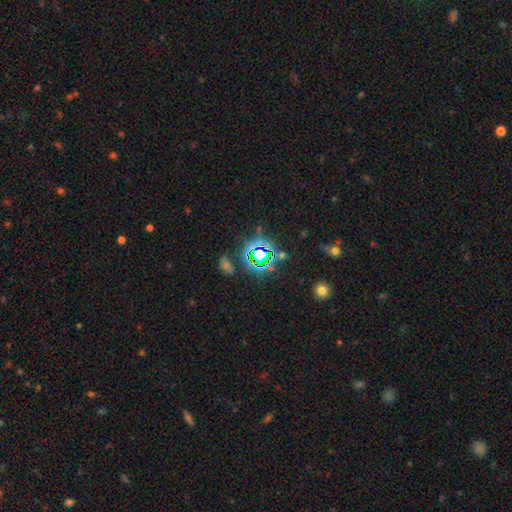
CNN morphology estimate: A star or artifact, not a galaxy (70%).

Vote fractions:
- Smooth or featured? star or artifact: 70% / smooth: 21% / featured or disk: 10%